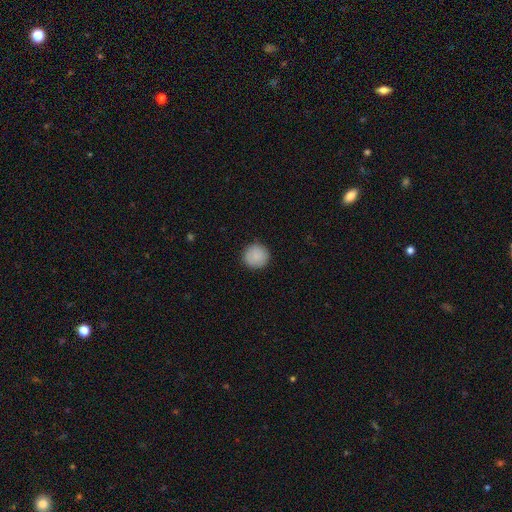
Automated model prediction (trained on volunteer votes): smooth_or_featured: smooth (p=0.88) [alt: star or artifact p=0.07]
how_rounded: round (p=0.95) [alt: in between p=0.04]
merging: none (p=0.91) [alt: minor disturbance p=0.06]